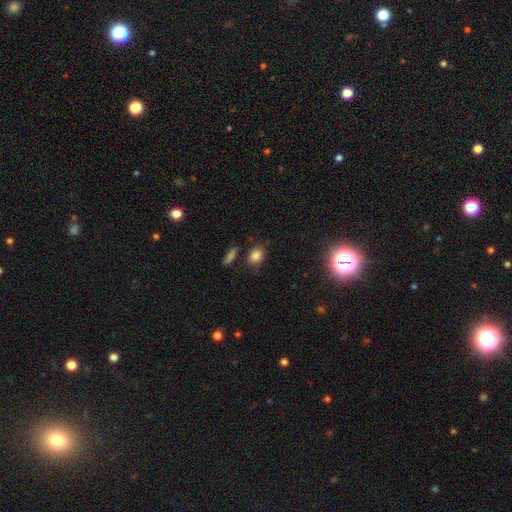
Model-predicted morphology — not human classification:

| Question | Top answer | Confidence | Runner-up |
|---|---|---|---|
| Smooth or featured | smooth | 83% | star or artifact (11%) |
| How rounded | in between | 54% | round (43%) |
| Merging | none | 74% | minor disturbance (16%) |